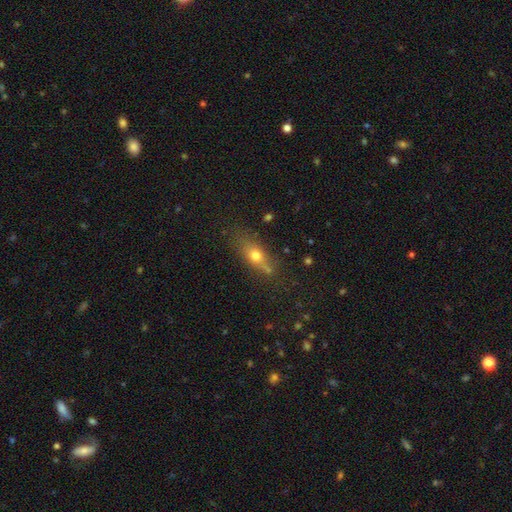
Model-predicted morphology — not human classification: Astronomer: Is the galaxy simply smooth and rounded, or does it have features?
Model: smooth — 65%.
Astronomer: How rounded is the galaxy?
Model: in between — 59%.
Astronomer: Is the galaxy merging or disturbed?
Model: none — 65%.